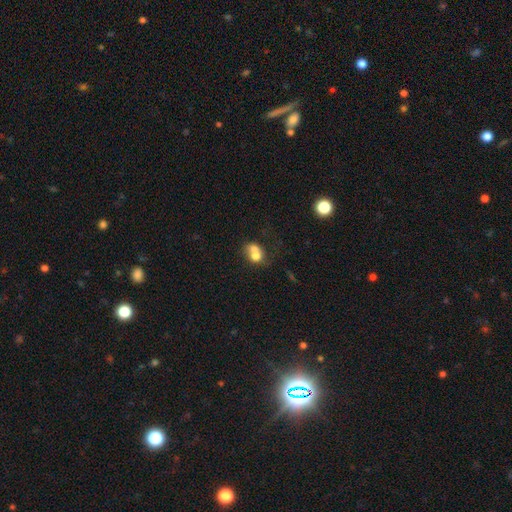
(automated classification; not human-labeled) A smooth galaxy with no disk features (67%) that is round (59%). Merging: merger (68%).